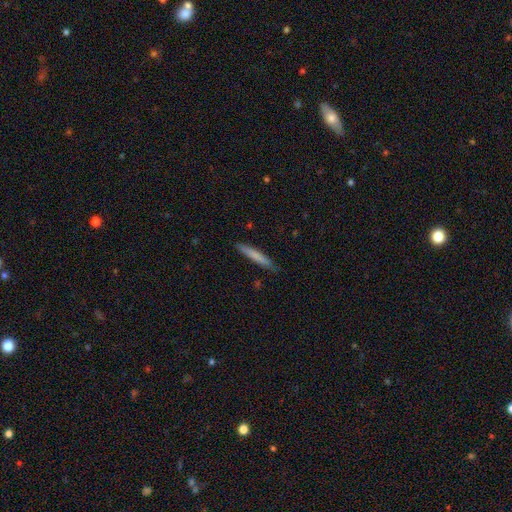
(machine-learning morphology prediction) A smooth galaxy with no disk features (75%) that is cigar-shaped (95%).

Vote fractions:
- Smooth or featured? smooth: 75% / featured or disk: 19% / star or artifact: 6%
- How rounded? cigar-shaped: 95% / in between: 4% / round: 1%
- Merging? none: 87% / minor disturbance: 10% / major disturbance: 2% / merger: 1%